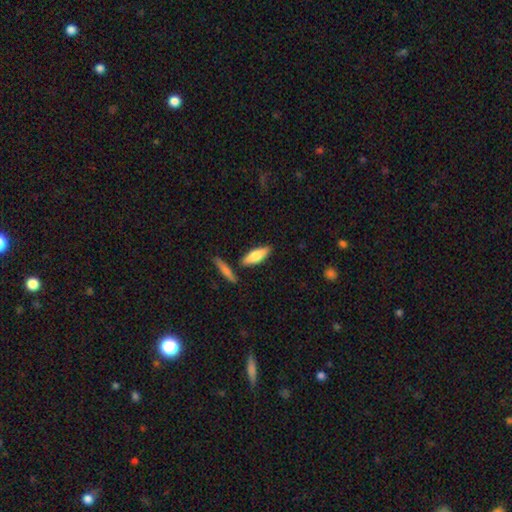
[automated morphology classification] Smooth or featured: smooth — 72% (featured or disk — 23%)
How rounded: in between — 53% (cigar-shaped — 44%)
Merging: none — 78% (minor disturbance — 11%)